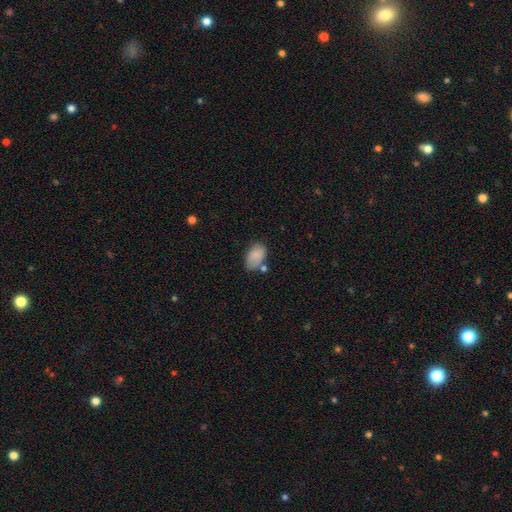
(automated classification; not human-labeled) Smooth or featured? smooth (85%)
How rounded? in between (92%)
Merging? none (63%)